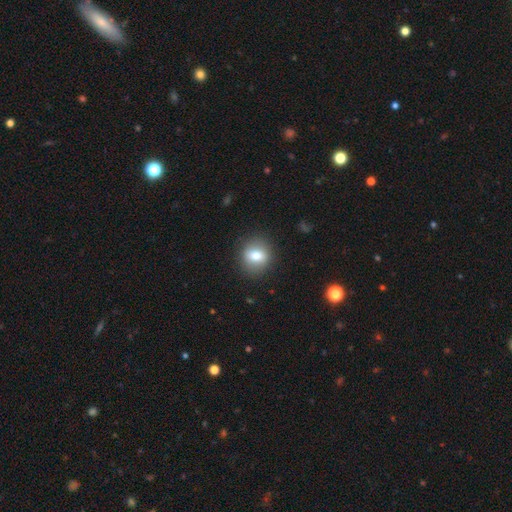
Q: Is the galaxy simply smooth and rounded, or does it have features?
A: smooth — 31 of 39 (79%).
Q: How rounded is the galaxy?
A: round — 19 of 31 (61%).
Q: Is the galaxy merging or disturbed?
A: none — 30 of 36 (83%).